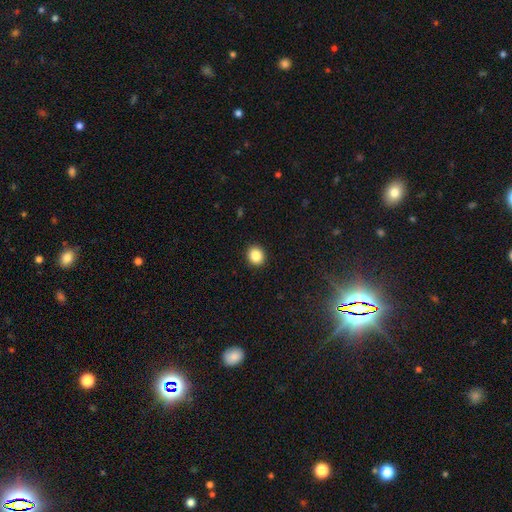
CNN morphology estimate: A smooth galaxy with no disk features (86%) that is round (80%).

Vote fractions:
- Smooth or featured? smooth: 86% / star or artifact: 10% / featured or disk: 4%
- How rounded? round: 80% / in between: 19% / cigar-shaped: 1%
- Merging? none: 92% / minor disturbance: 5% / major disturbance: 2% / merger: 1%